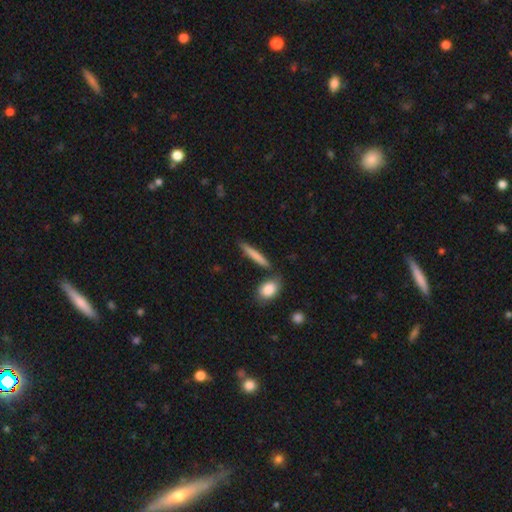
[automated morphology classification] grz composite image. It shows a smooth galaxy with no disk features (76%) that is cigar-shaped (88%). Merging: none (79%).